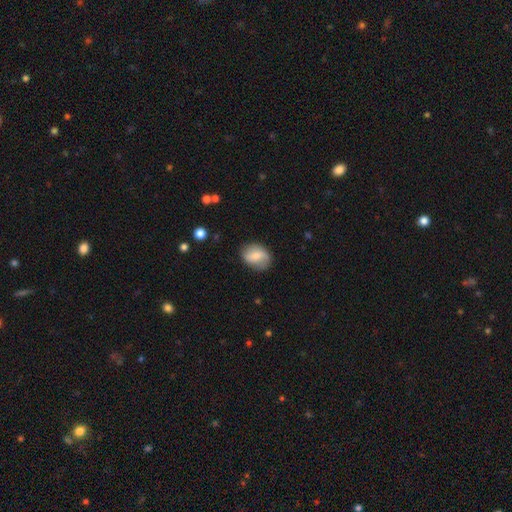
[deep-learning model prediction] The model was most divided on "how rounded": in between: 61%, round: 38%, cigar-shaped: 2%. More confident: merging — none (79%); smooth or featured — smooth (62%).